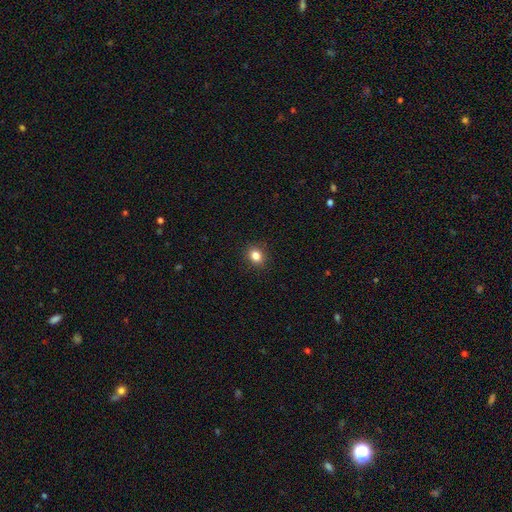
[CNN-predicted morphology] smooth-or-featured: smooth: 83% | star or artifact: 11% | featured or disk: 6%
  how-rounded: round: 64% | in between: 35% | cigar-shaped: 1%
  merging: none: 89% | minor disturbance: 8% | major disturbance: 2% | merger: 1%